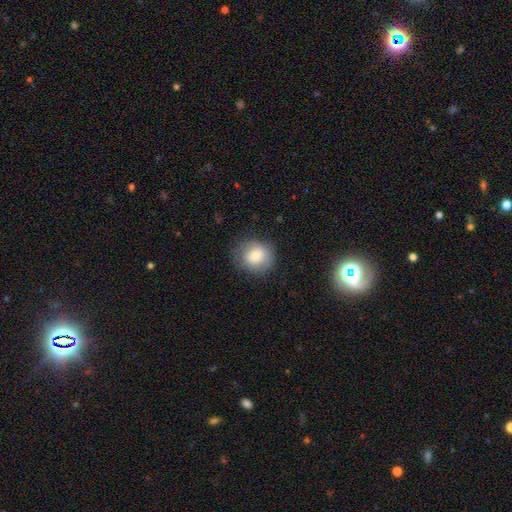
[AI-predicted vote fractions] Overall: smooth (75%). How rounded: round (82%). Merging: none (78%).